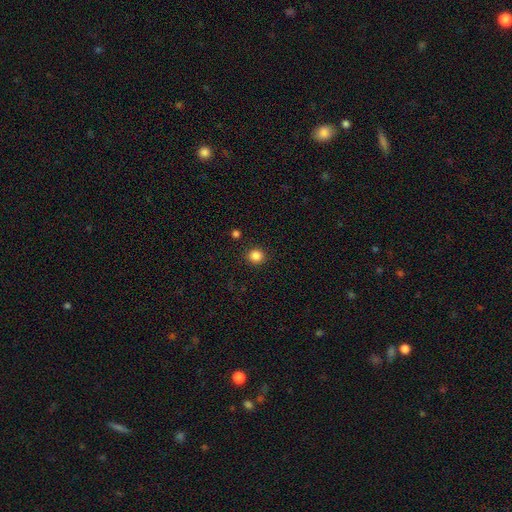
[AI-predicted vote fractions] Smooth or featured? smooth (85%)
How rounded? round (91%)
Merging? none (90%)